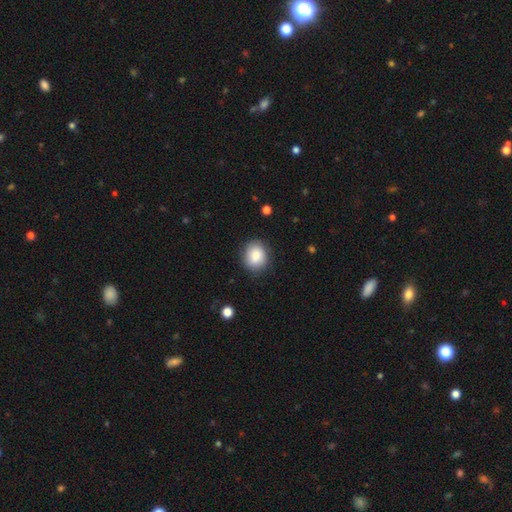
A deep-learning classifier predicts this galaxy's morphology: Q: Smooth or featured?
A: smooth (85%); runner-up: featured or disk (8%)
Q: How rounded?
A: round (62%); runner-up: in between (37%)
Q: Merging?
A: none (83%); runner-up: minor disturbance (12%)